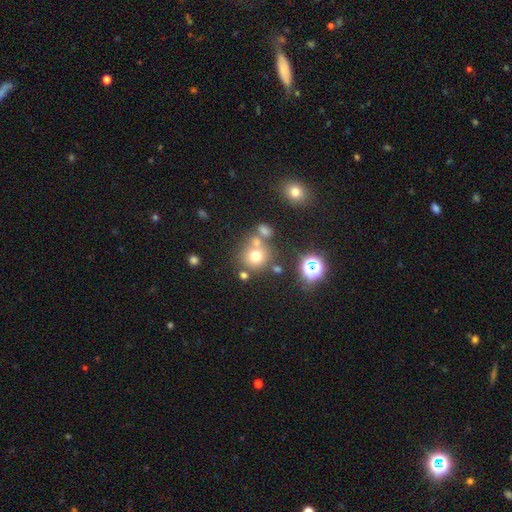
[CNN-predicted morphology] This appears to be a smooth galaxy with no disk features (66%) that is round (88%). Merging: none (61%).